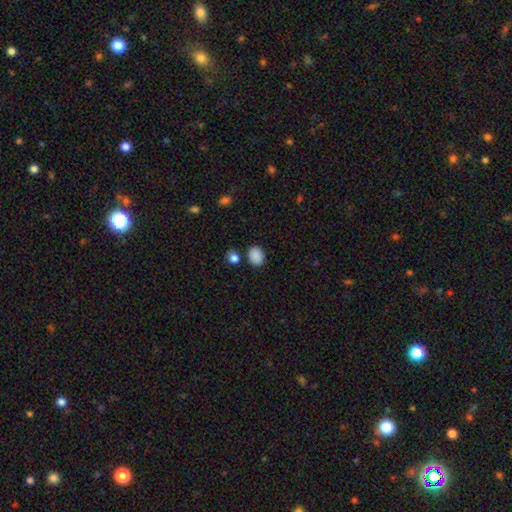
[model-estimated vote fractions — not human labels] Overall: smooth (88%). How rounded: in between (57%; round 42%). Merging: none (81%).